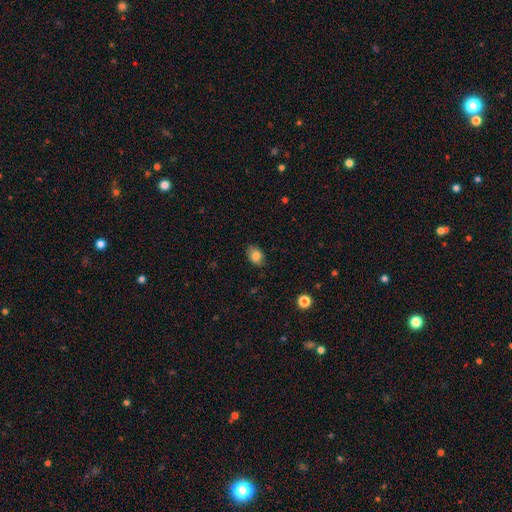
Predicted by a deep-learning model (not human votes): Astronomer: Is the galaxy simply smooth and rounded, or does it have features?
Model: smooth — 84%.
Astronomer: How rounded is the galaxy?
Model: in between — 77%.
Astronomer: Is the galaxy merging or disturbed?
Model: none — 84%.